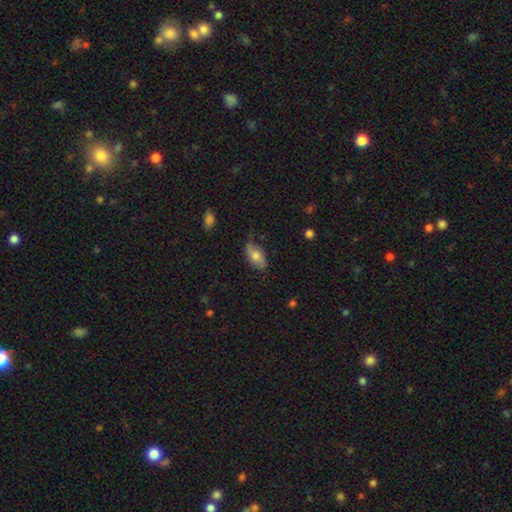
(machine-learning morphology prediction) Q: Smooth or featured?
A: smooth (65%); runner-up: featured or disk (28%)
Q: How rounded?
A: in between (91%); runner-up: cigar-shaped (5%)
Q: Merging?
A: none (63%); runner-up: minor disturbance (28%)